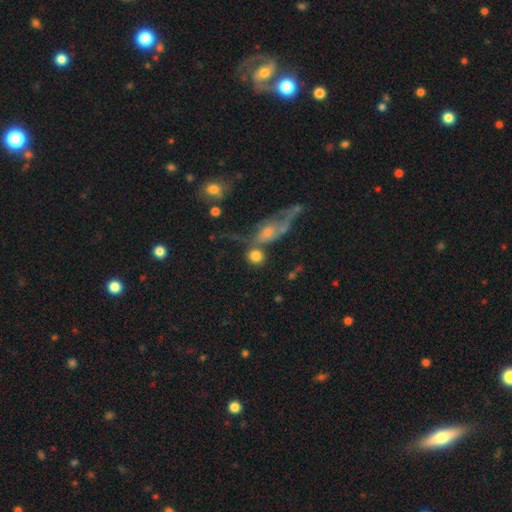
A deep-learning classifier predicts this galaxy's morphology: Smooth or featured: smooth — 79% (featured or disk — 12%)
How rounded: round — 81% (in between — 16%)
Merging: none — 47% (merger — 32%)